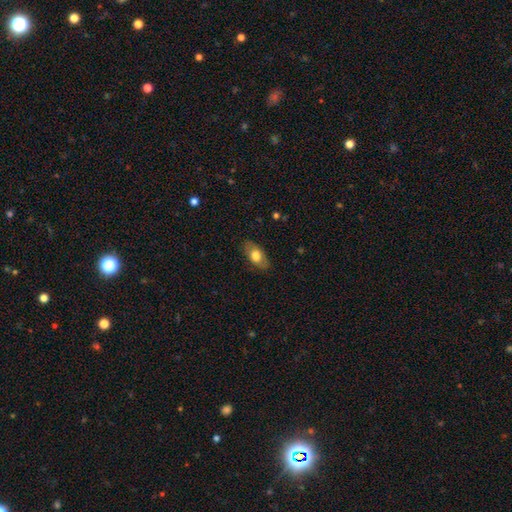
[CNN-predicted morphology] Smooth or featured: smooth — 72% (featured or disk — 21%)
How rounded: in between — 89% (cigar-shaped — 6%)
Merging: none — 83% (minor disturbance — 13%)